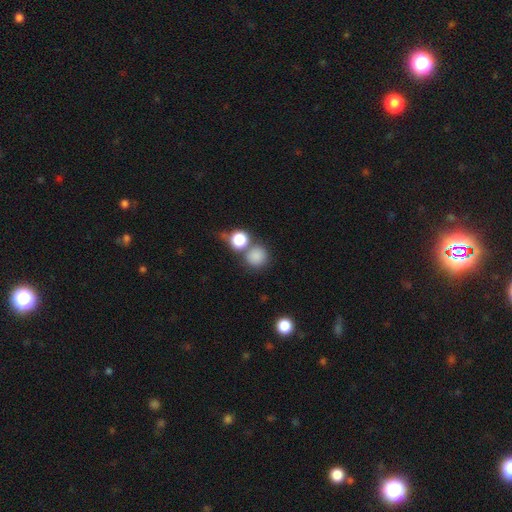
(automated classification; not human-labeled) smooth-or-featured: smooth: 82% | star or artifact: 12% | featured or disk: 6%
  how-rounded: round: 89% | in between: 9% | cigar-shaped: 1%
  merging: none: 57% | merger: 28% | minor disturbance: 10% | major disturbance: 5%